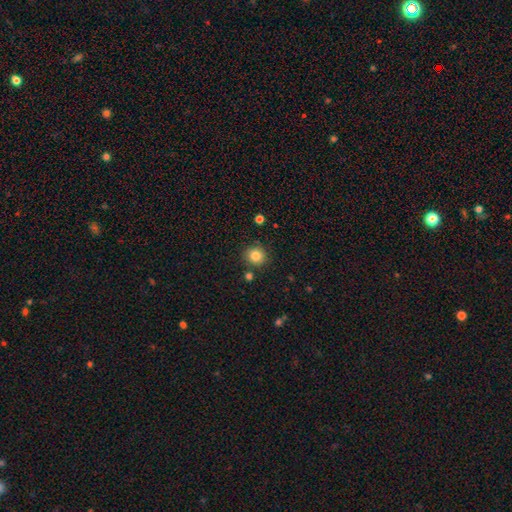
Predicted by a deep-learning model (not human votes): The model was most divided on "smooth or featured": smooth: 84%, star or artifact: 11%, featured or disk: 6%. More confident: how rounded — round (91%); merging — none (84%).